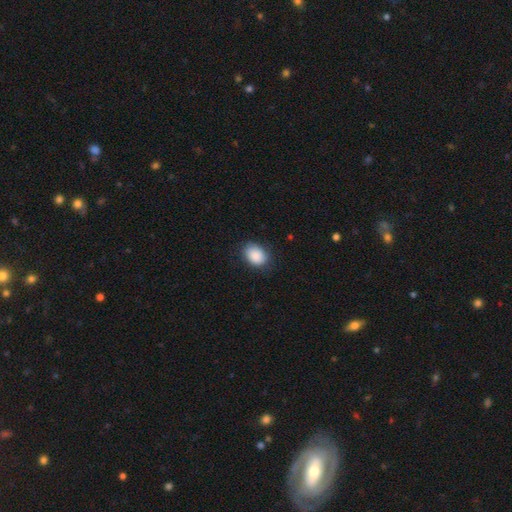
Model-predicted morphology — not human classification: This appears to be a smooth galaxy with no disk features (89%) that is in between round and cigar-shaped (70%). Merging: none (81%).